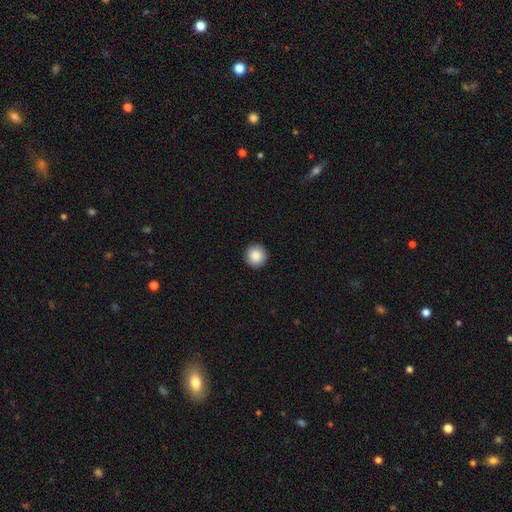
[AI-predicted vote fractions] Overall: smooth (88%). How rounded: round (96%). Merging: none (93%).